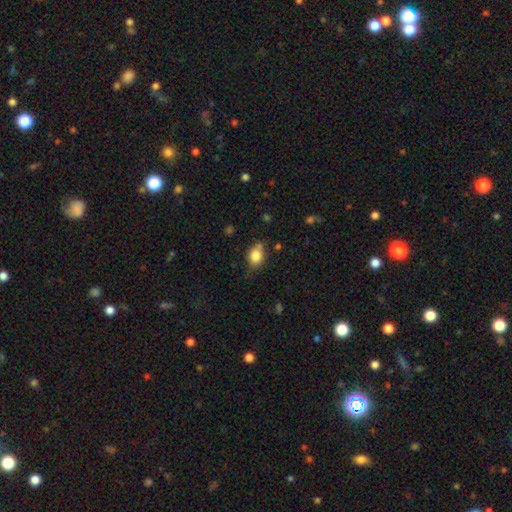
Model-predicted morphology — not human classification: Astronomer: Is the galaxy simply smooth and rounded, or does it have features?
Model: smooth — 80%.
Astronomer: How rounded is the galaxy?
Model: in between — 58% (runner-up: round, 40%).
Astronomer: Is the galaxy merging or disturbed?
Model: none — 58%.